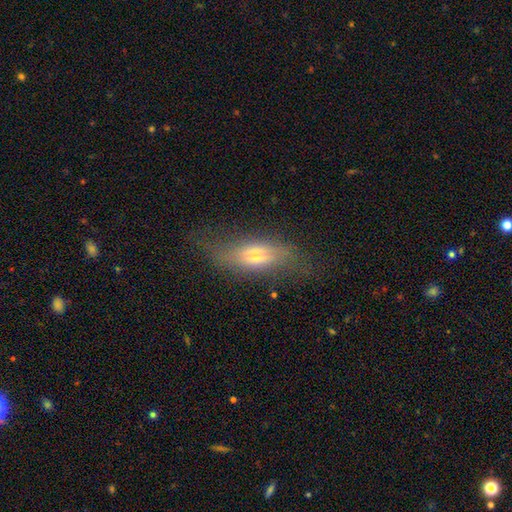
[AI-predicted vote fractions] Smooth or featured?
  - smooth: 49% *
  - featured or disk: 41%
  - star or artifact: 10%
Merging?
  - none: 59% *
  - minor disturbance: 24%
  - major disturbance: 15%
  - merger: 2%